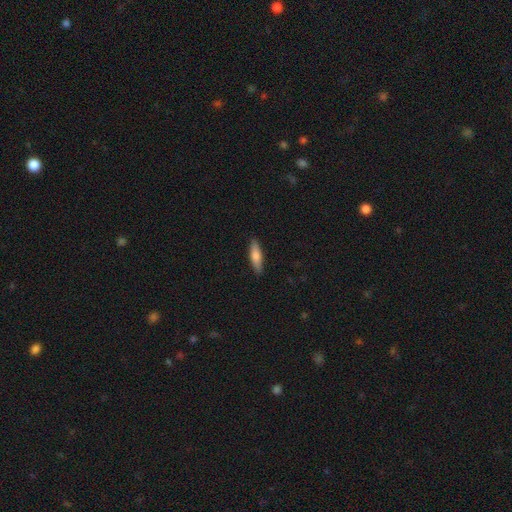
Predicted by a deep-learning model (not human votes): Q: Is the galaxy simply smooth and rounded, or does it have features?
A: smooth — 67%.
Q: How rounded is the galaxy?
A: cigar-shaped — 67%.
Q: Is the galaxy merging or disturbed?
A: none — 90%.